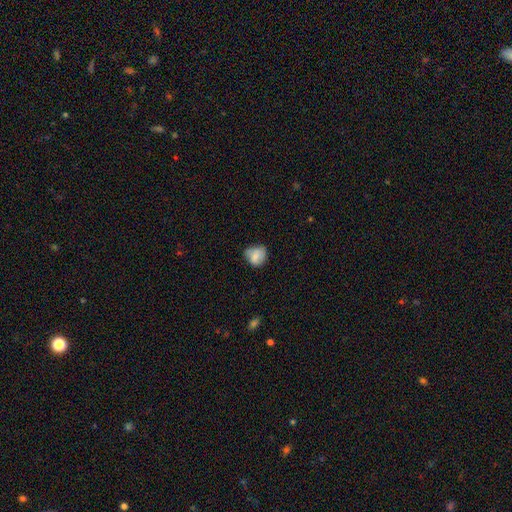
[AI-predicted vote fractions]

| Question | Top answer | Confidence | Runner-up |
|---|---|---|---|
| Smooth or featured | smooth | 76% | featured or disk (16%) |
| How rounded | round | 70% | in between (29%) |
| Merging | none | 54% | minor disturbance (34%) |